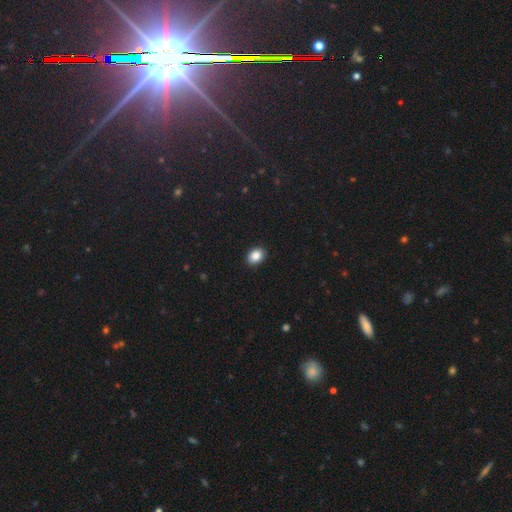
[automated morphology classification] A smooth galaxy with no disk features (86%) that is in between round and cigar-shaped (66%). Merging: none (91%).